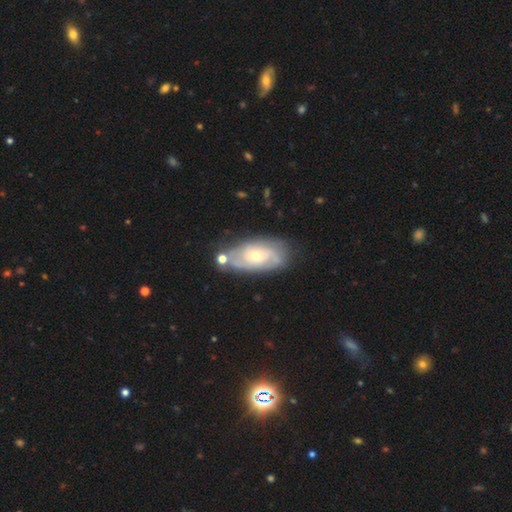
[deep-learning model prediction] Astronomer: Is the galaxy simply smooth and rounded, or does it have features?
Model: featured or disk — 70%.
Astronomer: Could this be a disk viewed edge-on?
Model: no — 92%.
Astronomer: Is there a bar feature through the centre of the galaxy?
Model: no — 73%.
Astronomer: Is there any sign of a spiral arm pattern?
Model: yes — 83%.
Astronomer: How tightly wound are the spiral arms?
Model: tight — 58%.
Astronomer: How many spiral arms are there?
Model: can't tell — 46% (runner-up: 2, 32%).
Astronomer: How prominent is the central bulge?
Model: small — 56% (runner-up: moderate, 40%).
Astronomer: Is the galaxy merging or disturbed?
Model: none — 64%.